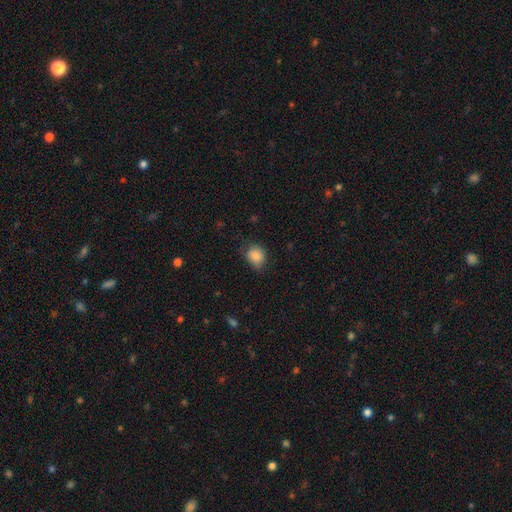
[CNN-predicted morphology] A smooth galaxy with no disk features (86%) that is round (66%).

Vote fractions:
- Smooth or featured? smooth: 86% / star or artifact: 9% / featured or disk: 6%
- How rounded? round: 66% / in between: 33% / cigar-shaped: 1%
- Merging? none: 67% / minor disturbance: 26% / major disturbance: 6% / merger: 1%